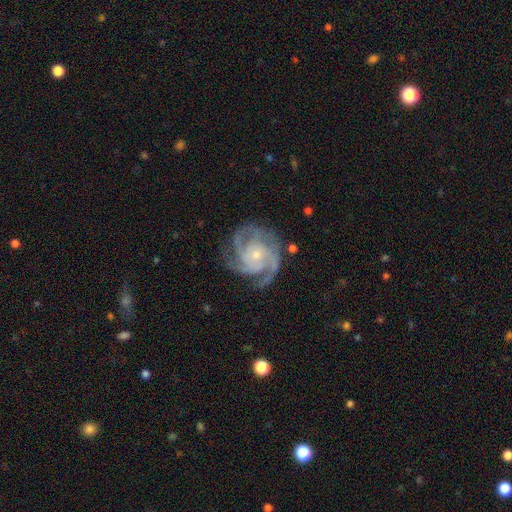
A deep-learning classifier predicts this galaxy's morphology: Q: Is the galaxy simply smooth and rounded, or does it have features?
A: featured or disk — 91%.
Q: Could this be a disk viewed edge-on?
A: no — 98%.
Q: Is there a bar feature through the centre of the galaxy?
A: no — 75%.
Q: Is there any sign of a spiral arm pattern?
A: yes — 98%.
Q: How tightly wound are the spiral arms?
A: tight — 56%.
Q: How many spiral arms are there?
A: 3 — 48%.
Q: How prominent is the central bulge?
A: small — 73%.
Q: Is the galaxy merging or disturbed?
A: none — 73%.